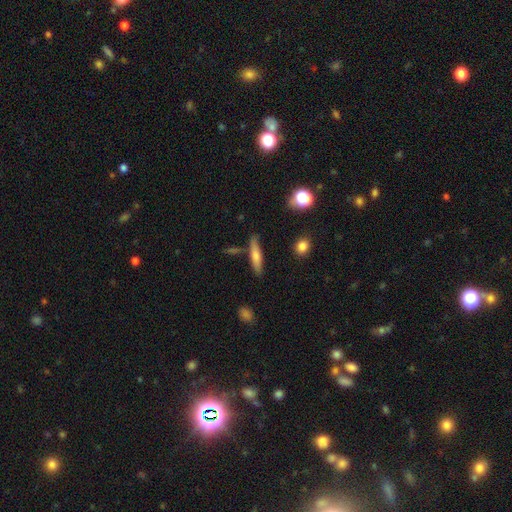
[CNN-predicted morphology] Smooth or featured? smooth (61%)
How rounded? cigar-shaped (82%)
Merging? none (78%)